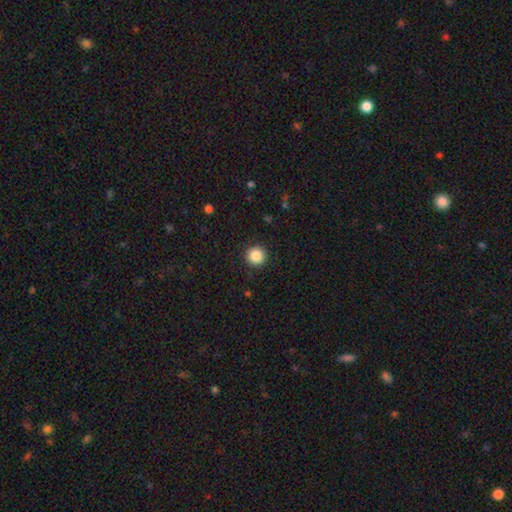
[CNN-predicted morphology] Q: Smooth or featured?
A: smooth (87%); runner-up: star or artifact (9%)
Q: How rounded?
A: round (96%); runner-up: in between (3%)
Q: Merging?
A: none (92%); runner-up: minor disturbance (5%)